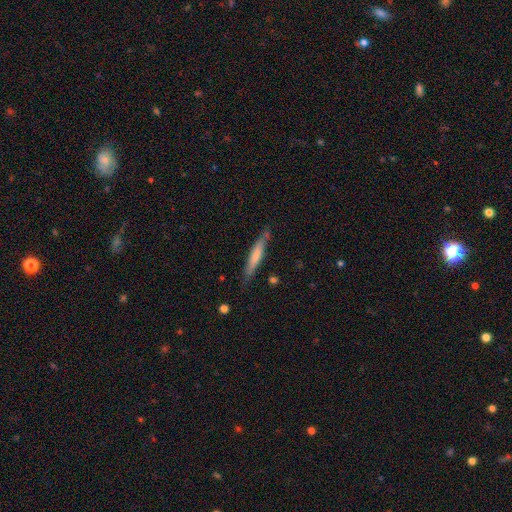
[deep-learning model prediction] A smooth galaxy with no disk features (65%) that is cigar-shaped (92%). Merging: none (77%).